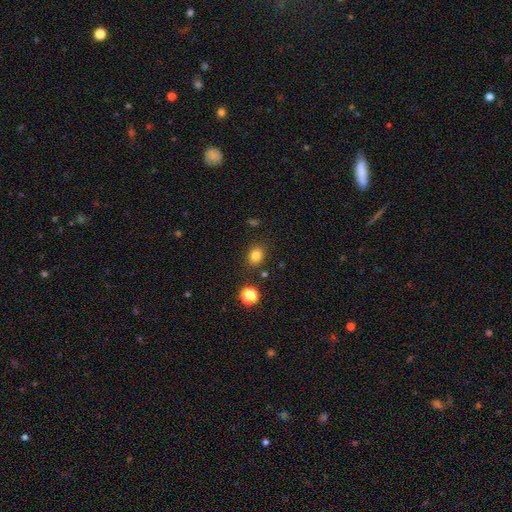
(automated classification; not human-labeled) smooth 81%, star or artifact 13%, featured or disk 6%. Down the decision tree: how rounded — round (56%); merging — none (84%).